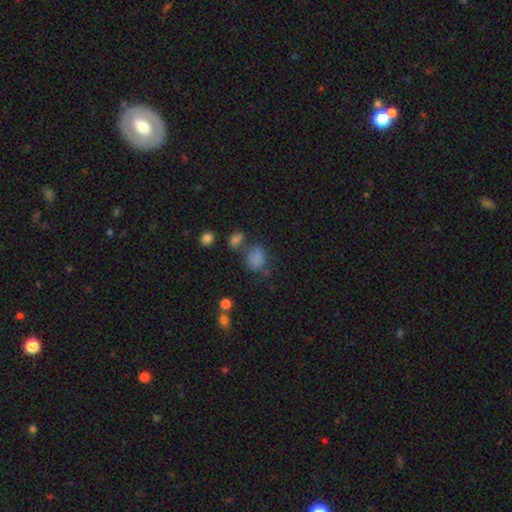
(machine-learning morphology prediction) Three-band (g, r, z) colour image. It shows a smooth galaxy with no disk features (66%) that is in between round and cigar-shaped (50%). Merging: none (51%).